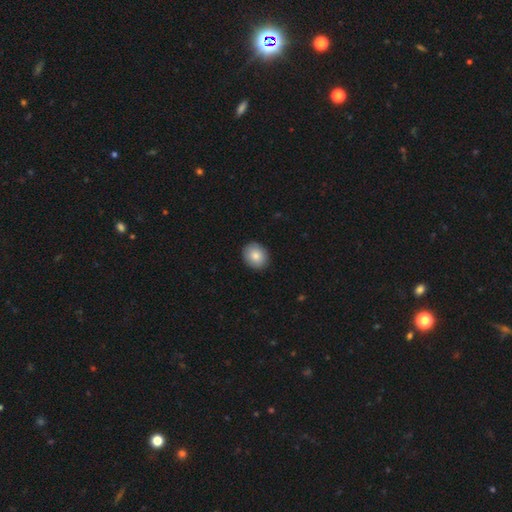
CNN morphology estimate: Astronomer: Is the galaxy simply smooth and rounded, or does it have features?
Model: smooth — 84%.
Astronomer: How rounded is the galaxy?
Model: round — 66%.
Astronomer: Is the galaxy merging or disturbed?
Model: none — 90%.